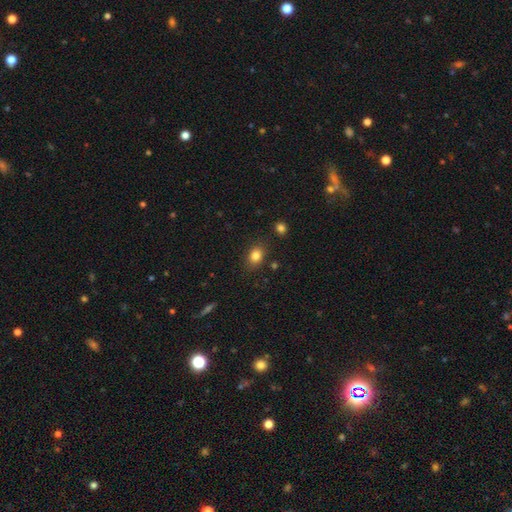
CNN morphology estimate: A smooth galaxy with no disk features (83%) that is in between round and cigar-shaped (63%).

Vote fractions:
- Smooth or featured? smooth: 83% / star or artifact: 11% / featured or disk: 6%
- How rounded? in between: 63% / round: 36% / cigar-shaped: 1%
- Merging? none: 82% / minor disturbance: 12% / major disturbance: 3% / merger: 3%